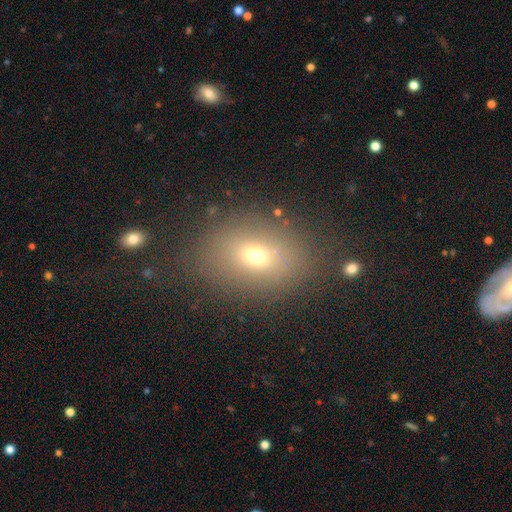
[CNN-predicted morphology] This appears to be a smooth galaxy with no disk features (64%) that is in between round and cigar-shaped (69%). Merging: none (76%).